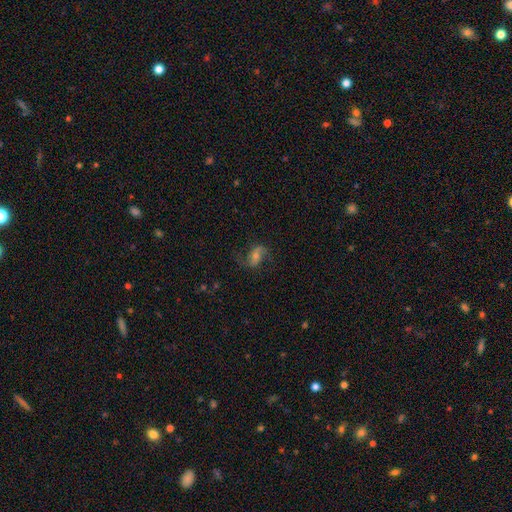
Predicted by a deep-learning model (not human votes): Smooth or featured?
  - featured or disk: 74% *
  - smooth: 15%
  - star or artifact: 11%
Edge-on disk?
  - no: 97% *
  - yes: 3%
Bar?
  - no: 41% *
  - weak: 38%
  - strong: 21%
Spiral arms?
  - yes: 93% *
  - no: 7%
Spiral winding?
  - loose: 55% *
  - medium: 36%
  - tight: 9%
Spiral arm count?
  - 2: 91% *
  - can't tell: 3%
  - 1: 3%
  - 3: 1%
  - 4: 1%
  - more than 4: 1%
Bulge size?
  - moderate: 48% *
  - small: 43%
  - large: 4%
  - none: 3%
  - dominant: 1%
Merging?
  - none: 75% *
  - minor disturbance: 15%
  - major disturbance: 9%
  - merger: 1%